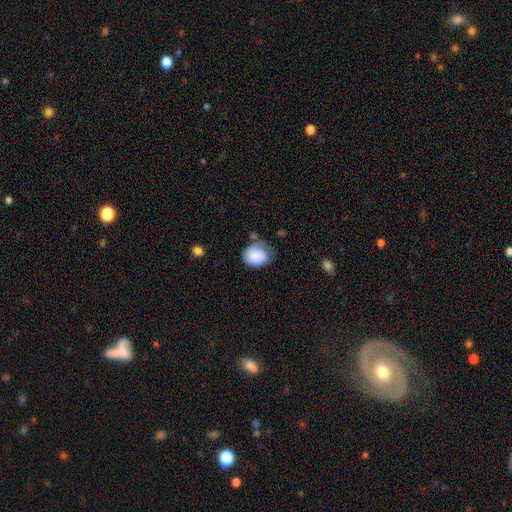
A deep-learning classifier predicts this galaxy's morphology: smooth-or-featured: smooth: 73% | featured or disk: 20% | star or artifact: 7%
  how-rounded: round: 51% | in between: 48% | cigar-shaped: 1%
  merging: none: 43% | minor disturbance: 35% | major disturbance: 18% | merger: 5%